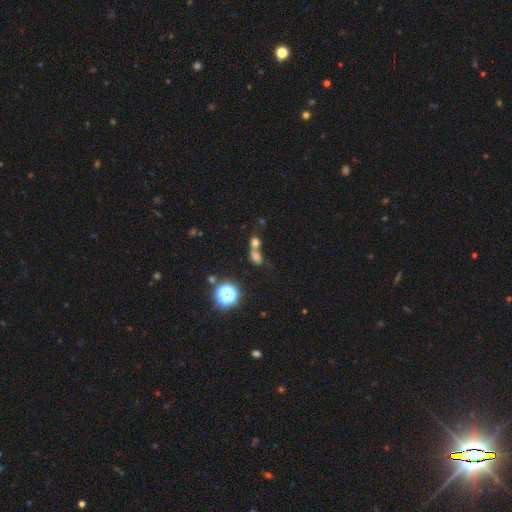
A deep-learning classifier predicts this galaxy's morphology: smooth-or-featured: smooth: 63% | star or artifact: 22% | featured or disk: 15%
  how-rounded: round: 52% | in between: 45% | cigar-shaped: 3%
  merging: merger: 66% | none: 22% | minor disturbance: 6% | major disturbance: 6%